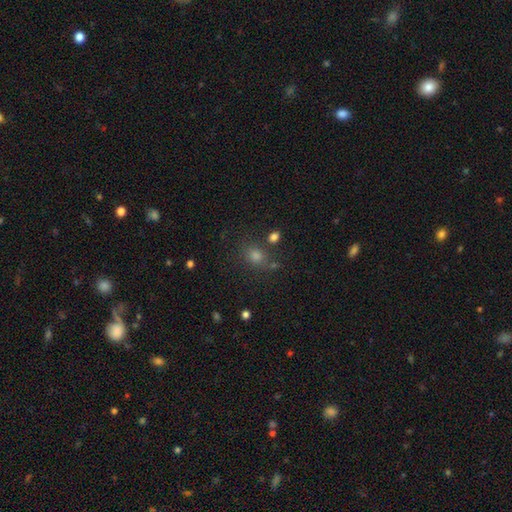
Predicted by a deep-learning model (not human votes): smooth_or_featured: smooth (p=0.66) [alt: star or artifact p=0.25]
how_rounded: round (p=0.69) [alt: in between p=0.29]
merging: none (p=0.73) [alt: minor disturbance p=0.12]